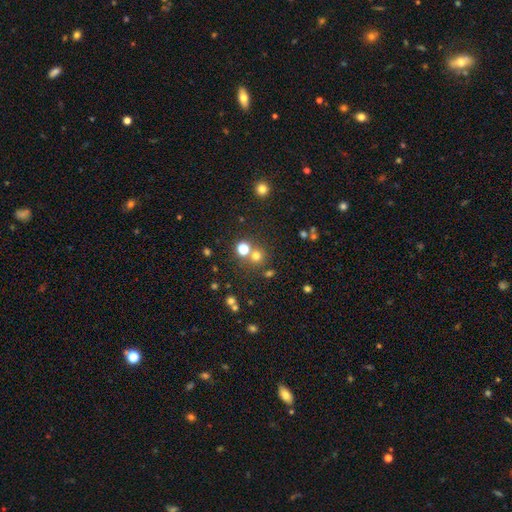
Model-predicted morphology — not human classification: Q: Smooth or featured?
A: smooth (69%); runner-up: star or artifact (23%)
Q: How rounded?
A: round (91%); runner-up: in between (9%)
Q: Merging?
A: none (70%); runner-up: merger (21%)